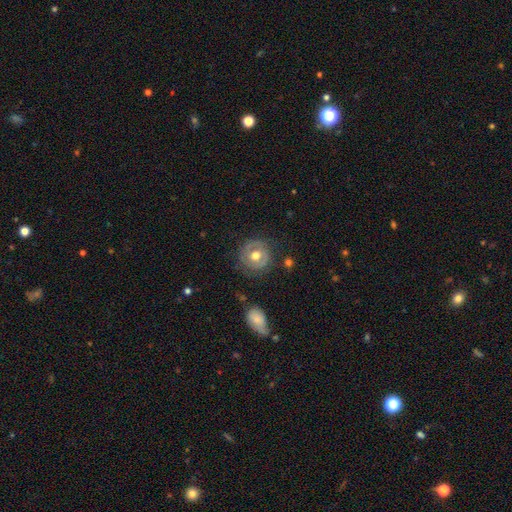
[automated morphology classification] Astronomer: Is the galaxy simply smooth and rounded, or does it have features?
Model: featured or disk — 48% (runner-up: smooth, 45%).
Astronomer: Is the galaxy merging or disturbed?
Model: none — 77%.